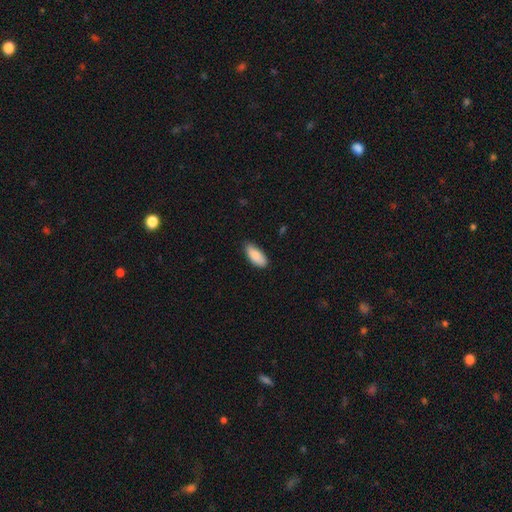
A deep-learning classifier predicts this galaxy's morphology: This is clearly a smooth galaxy (88%). How rounded: clearly in between (85%). Merging: clearly none (80%).